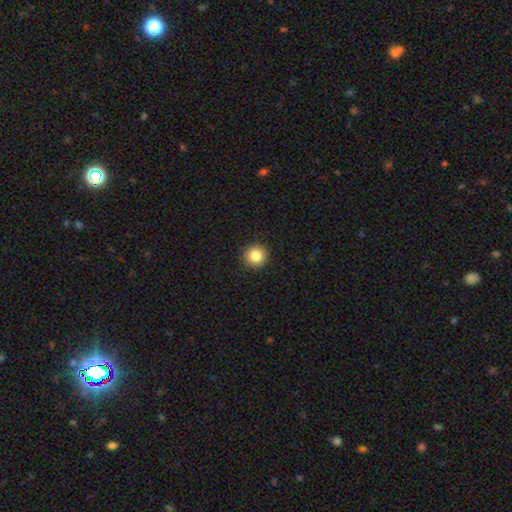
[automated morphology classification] A smooth galaxy with no disk features (84%) that is round (95%). Merging: none (93%).